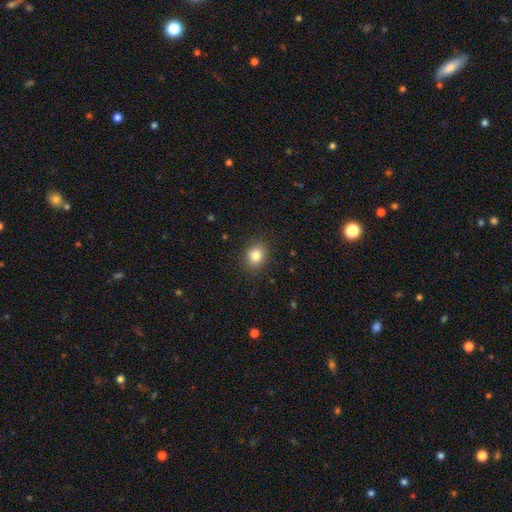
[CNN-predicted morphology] The model was most divided on "how rounded": round: 61%, in between: 38%, cigar-shaped: 1%. More confident: merging — none (88%); smooth or featured — smooth (82%).